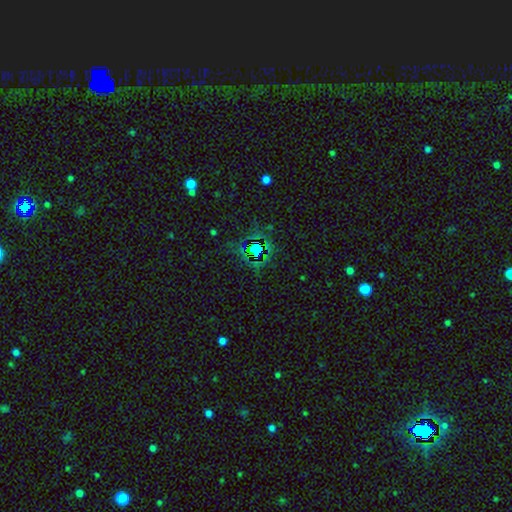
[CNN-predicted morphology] A star or artifact, not a galaxy (74%).